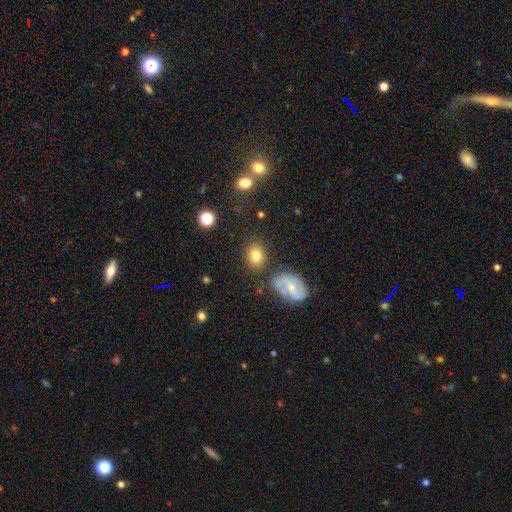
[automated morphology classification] Smooth or featured: smooth — 77% (featured or disk — 13%)
How rounded: in between — 52% (round — 47%)
Merging: none — 77% (minor disturbance — 13%)